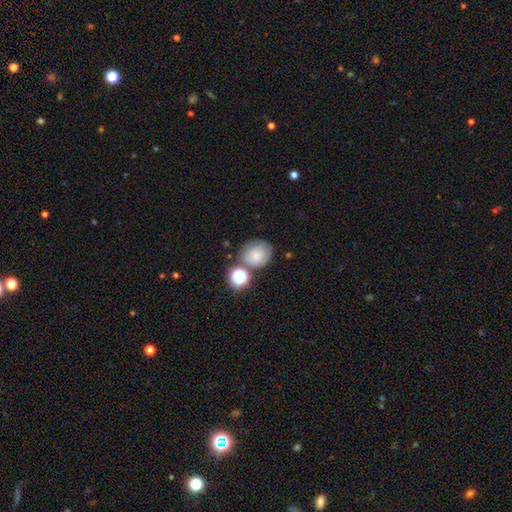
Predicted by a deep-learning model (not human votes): smooth_or_featured: smooth (p=0.75) [alt: featured or disk p=0.13]
how_rounded: round (p=0.69) [alt: in between p=0.30]
merging: none (p=0.59) [alt: merger p=0.18]